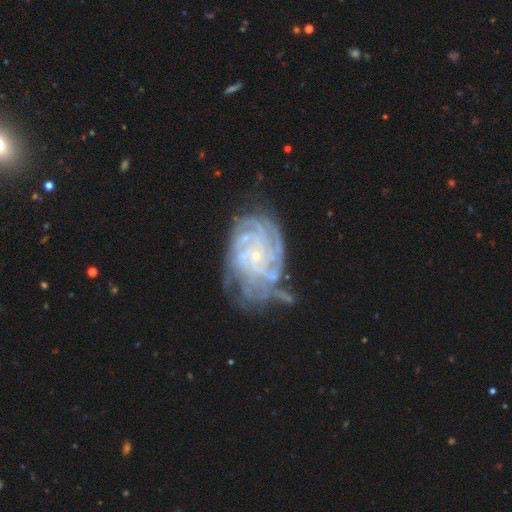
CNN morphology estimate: Overall: featured or disk (88%). Edge-on disk: no (97%). Bar: no (73%). Spiral arms: yes (97%). Spiral arm count: 4 (29%; can't tell 23%). Spiral winding: tight (75%). Bulge size: small (85%). Merging: none (53%; minor disturbance 26%).